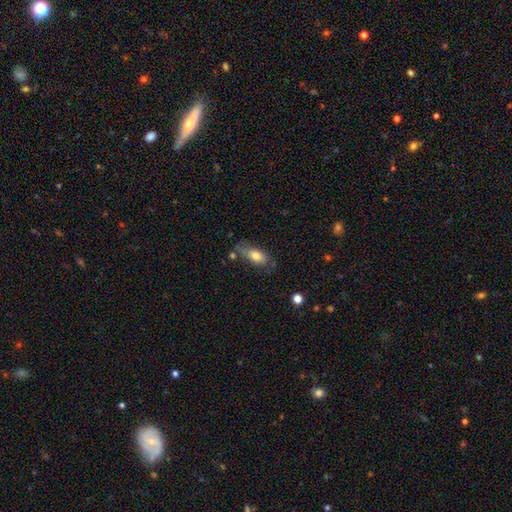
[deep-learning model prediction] Smooth or featured? Predicted: smooth (p=0.67). How rounded? Predicted: in between (p=0.82). Merging? Predicted: none (p=0.57).